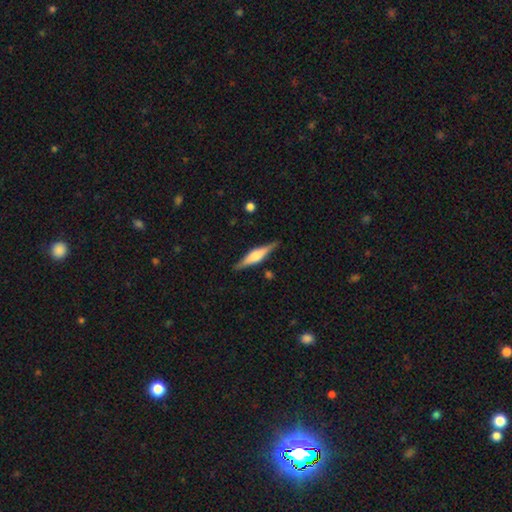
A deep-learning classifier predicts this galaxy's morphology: featured or disk 65%, smooth 30%, star or artifact 6%. Down the decision tree: edge-on disk — yes (97%); edge-on bulge — rounded (72%); merging — none (88%).